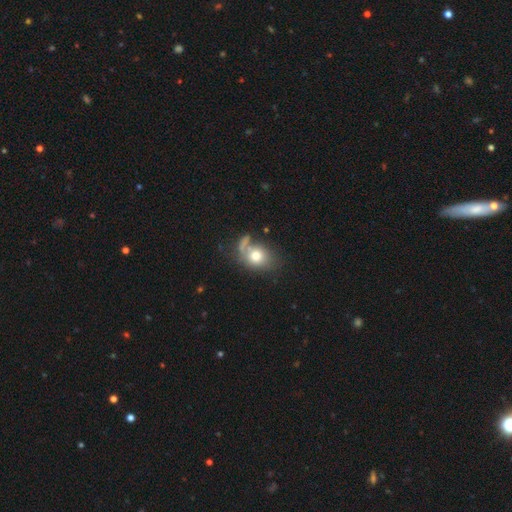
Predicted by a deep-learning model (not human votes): Smooth or featured?
  - smooth: 72% *
  - featured or disk: 19%
  - star or artifact: 9%
How rounded?
  - in between: 50% *
  - round: 49%
  - cigar-shaped: 1%
Merging?
  - none: 43% *
  - merger: 23%
  - minor disturbance: 18%
  - major disturbance: 16%